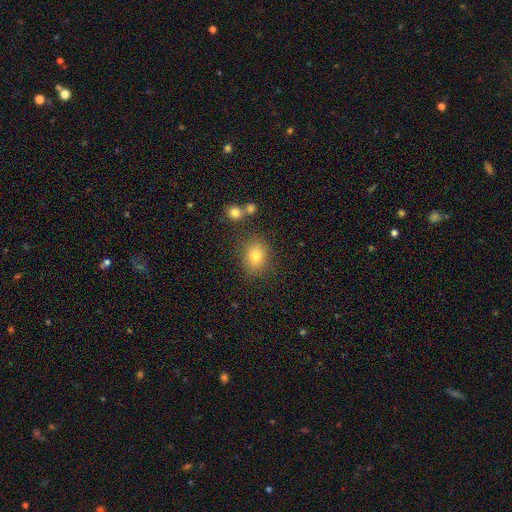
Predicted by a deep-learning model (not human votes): Morphology: type=smooth (79%); roundness=round (50%); merging=none (81%).